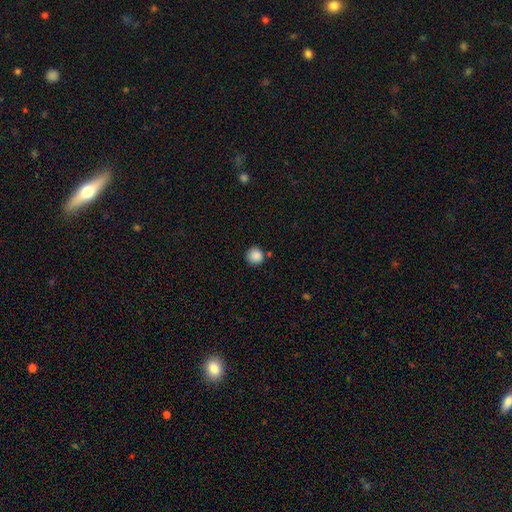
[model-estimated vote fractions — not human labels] A smooth galaxy with no disk features (88%) that is round (94%). Merging: none (83%).